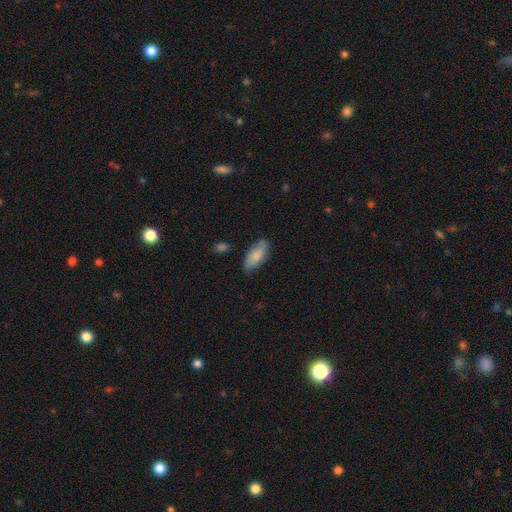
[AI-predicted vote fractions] This appears to be a smooth galaxy with no disk features (82%) that is in between round and cigar-shaped (84%). Merging: none (77%).